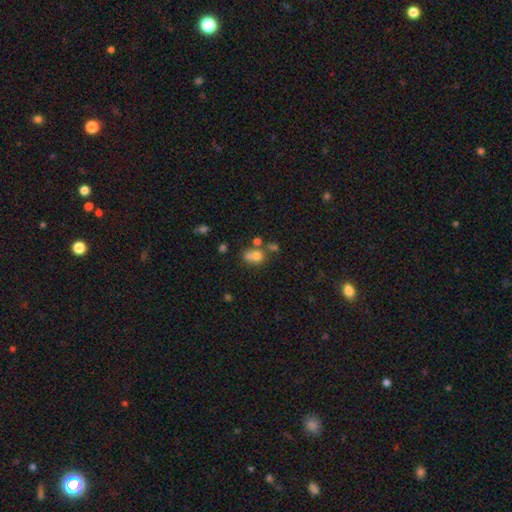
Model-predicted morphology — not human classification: Smooth or featured? Predicted: smooth (p=0.68). How rounded? Predicted: round (p=0.67). Merging? Predicted: merger (p=0.45).